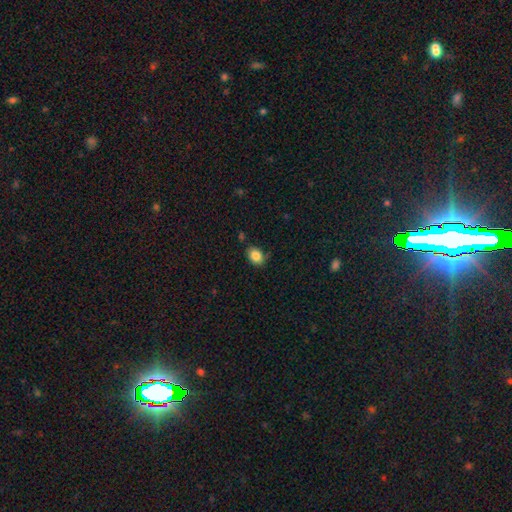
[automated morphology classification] A smooth galaxy with no disk features (85%) that is in between round and cigar-shaped (68%). Merging: none (75%).